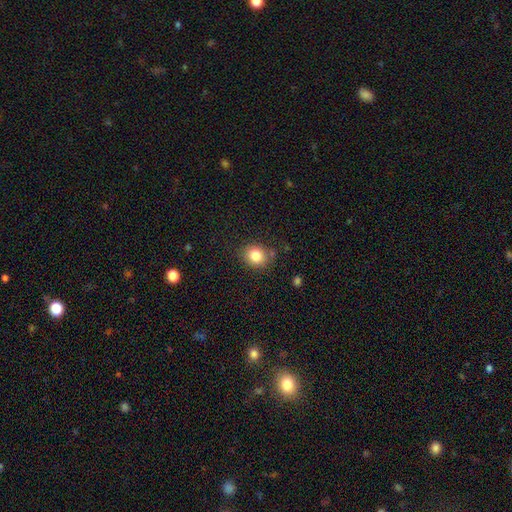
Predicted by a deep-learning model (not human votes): smooth-or-featured: smooth: 82% | star or artifact: 10% | featured or disk: 7%
  how-rounded: round: 71% | in between: 28% | cigar-shaped: 1%
  merging: none: 81% | minor disturbance: 12% | major disturbance: 3% | merger: 3%